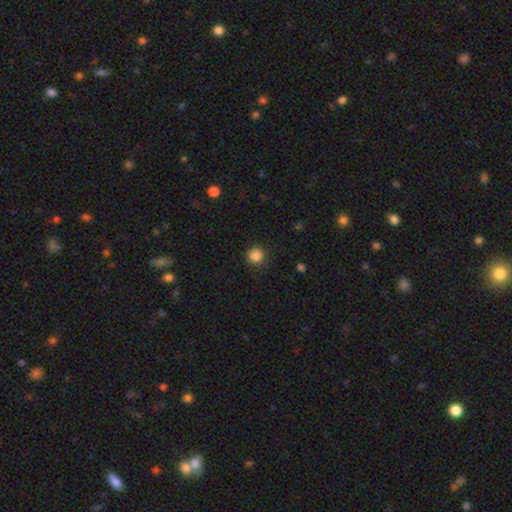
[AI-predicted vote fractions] smooth_or_featured: smooth (p=0.87) [alt: star or artifact p=0.10]
how_rounded: round (p=0.94) [alt: in between p=0.05]
merging: none (p=0.88) [alt: minor disturbance p=0.09]